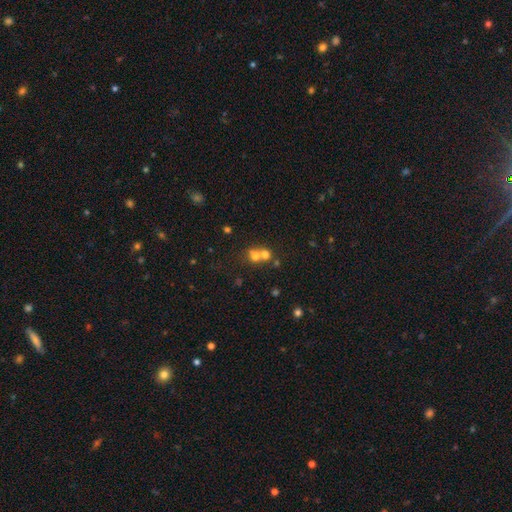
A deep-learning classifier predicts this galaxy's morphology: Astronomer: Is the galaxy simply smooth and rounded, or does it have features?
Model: smooth — 66%.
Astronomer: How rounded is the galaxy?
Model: round — 77%.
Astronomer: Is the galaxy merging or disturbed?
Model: merger — 64%.